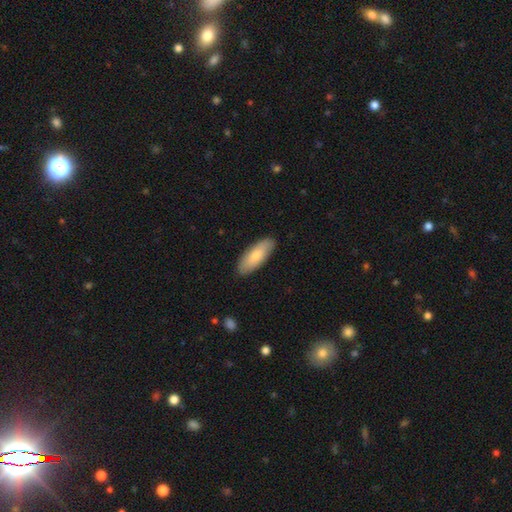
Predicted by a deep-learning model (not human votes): The model was most divided on "how rounded": in between: 73%, cigar-shaped: 25%, round: 2%. More confident: merging — none (88%); smooth or featured — smooth (79%).